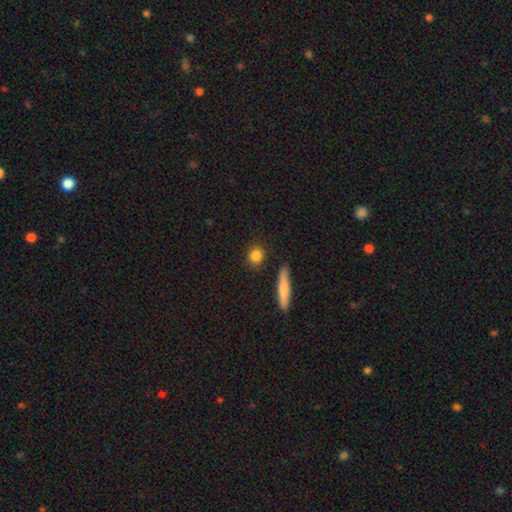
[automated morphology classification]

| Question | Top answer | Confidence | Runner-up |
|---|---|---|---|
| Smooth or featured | smooth | 85% | star or artifact (8%) |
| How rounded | round | 72% | in between (20%) |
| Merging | none | 88% | minor disturbance (8%) |